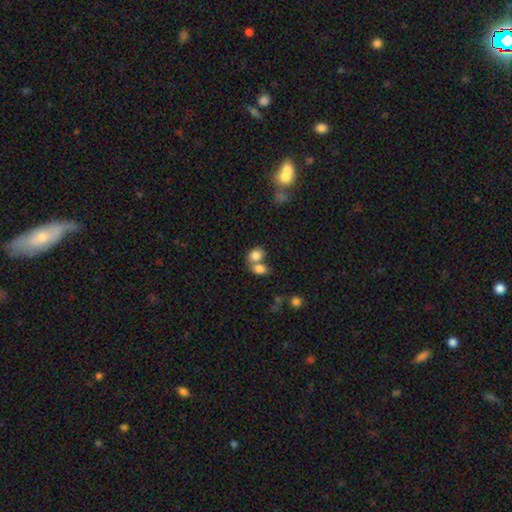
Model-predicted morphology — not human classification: Smooth or featured? Predicted: smooth (p=0.81). How rounded? Predicted: in between (p=0.69). Merging? Predicted: merger (p=0.53).